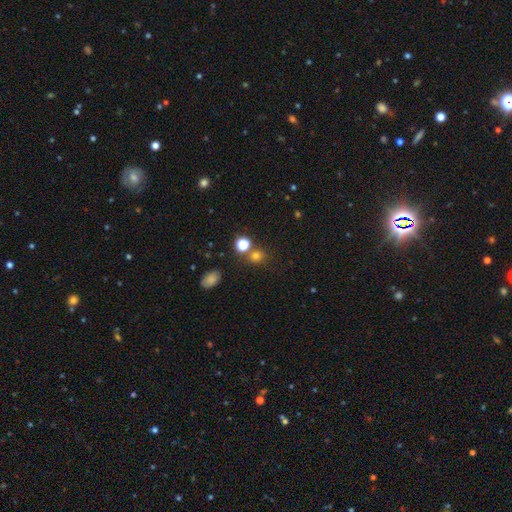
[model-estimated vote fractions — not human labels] Q: Smooth or featured?
A: smooth (72%); runner-up: star or artifact (21%)
Q: How rounded?
A: round (81%); runner-up: in between (18%)
Q: Merging?
A: none (72%); runner-up: merger (16%)